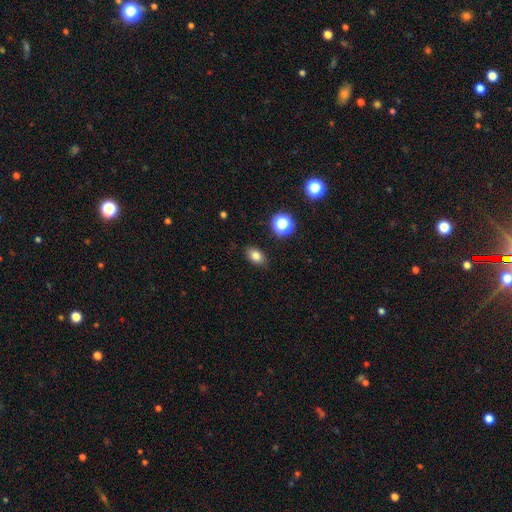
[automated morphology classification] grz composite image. It shows a smooth galaxy with no disk features (79%) that is in between round and cigar-shaped (80%). Merging: none (86%).